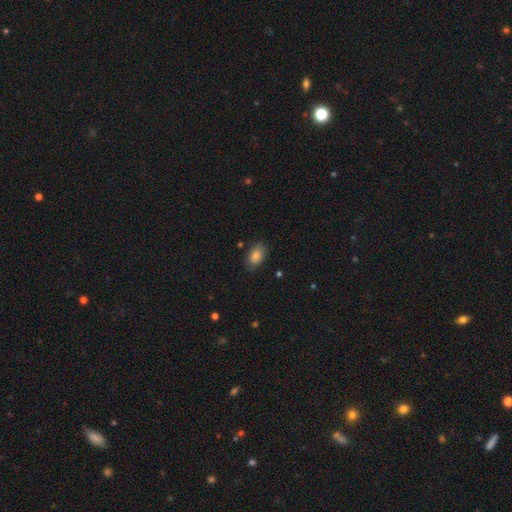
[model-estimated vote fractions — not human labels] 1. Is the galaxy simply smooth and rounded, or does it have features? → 84% smooth, 8% featured or disk, 8% star or artifact.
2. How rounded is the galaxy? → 91% in between, 7% round, 2% cigar-shaped.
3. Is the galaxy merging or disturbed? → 83% none, 13% minor disturbance, 3% major disturbance, 1% merger.